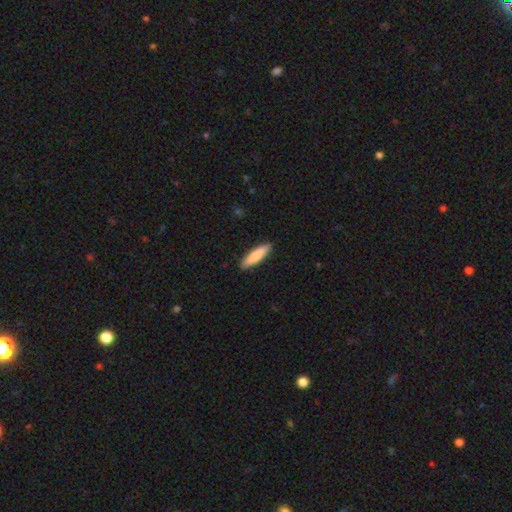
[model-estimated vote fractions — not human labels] smooth_or_featured: smooth (p=0.82) [alt: featured or disk p=0.13]
how_rounded: cigar-shaped (p=0.76) [alt: in between p=0.23]
merging: none (p=0.90) [alt: minor disturbance p=0.07]